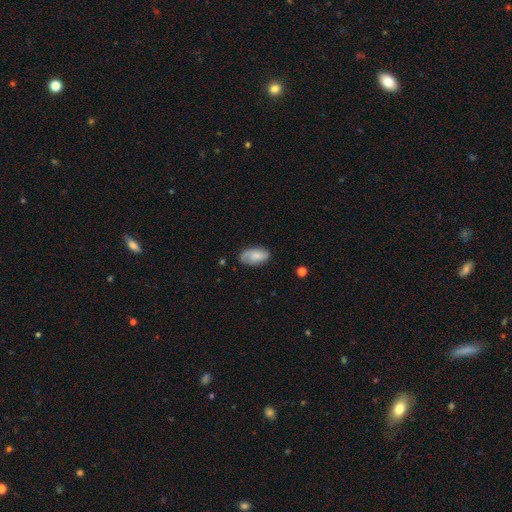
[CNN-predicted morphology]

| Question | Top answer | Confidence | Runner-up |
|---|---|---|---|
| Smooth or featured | smooth | 67% | featured or disk (26%) |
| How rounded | in between | 93% | round (4%) |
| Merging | none | 72% | minor disturbance (21%) |